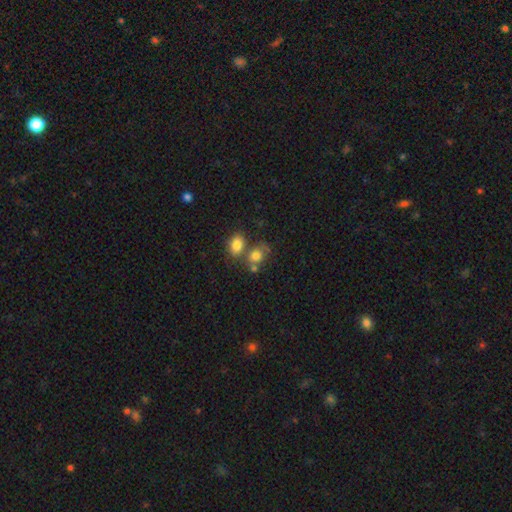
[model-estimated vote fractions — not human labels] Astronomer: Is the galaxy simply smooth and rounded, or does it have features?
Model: smooth — 78%.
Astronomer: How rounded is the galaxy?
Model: round — 51% (runner-up: in between, 47%).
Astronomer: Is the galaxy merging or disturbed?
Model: none — 45% (runner-up: merger, 37%).